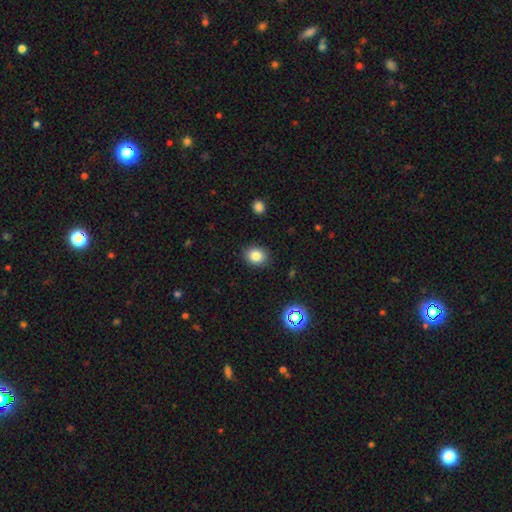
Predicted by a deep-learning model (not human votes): smooth 82%, star or artifact 12%, featured or disk 6%. Down the decision tree: how rounded — round (65%); merging — none (88%).